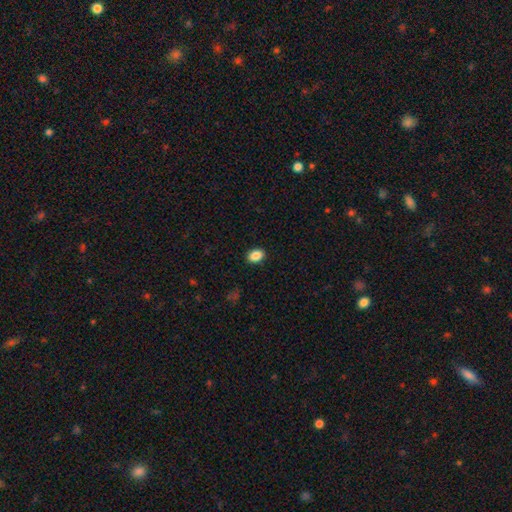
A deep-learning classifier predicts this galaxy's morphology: This appears to be a smooth galaxy with no disk features (88%) that is in between round and cigar-shaped (79%). Merging: none (90%).